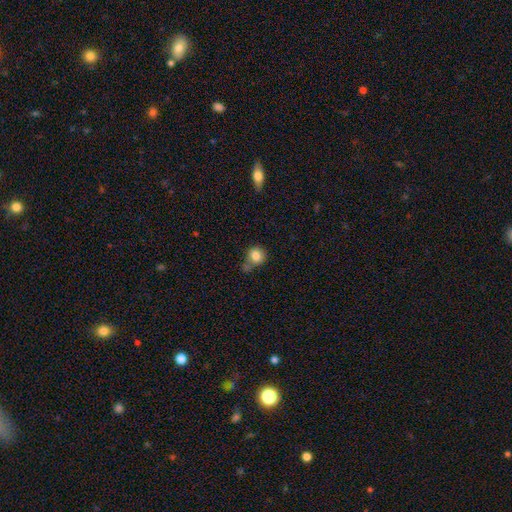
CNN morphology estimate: A smooth galaxy with no disk features (83%) that is round (76%). Merging: none (45%).